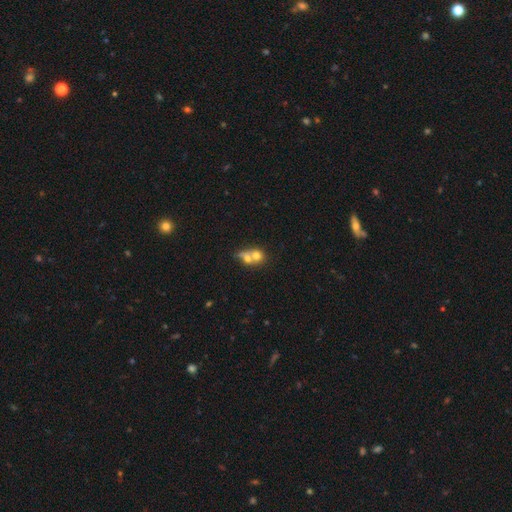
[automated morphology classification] This is likely a smooth galaxy (64%). How rounded: likely round (65%). Merging: likely merger (68%).